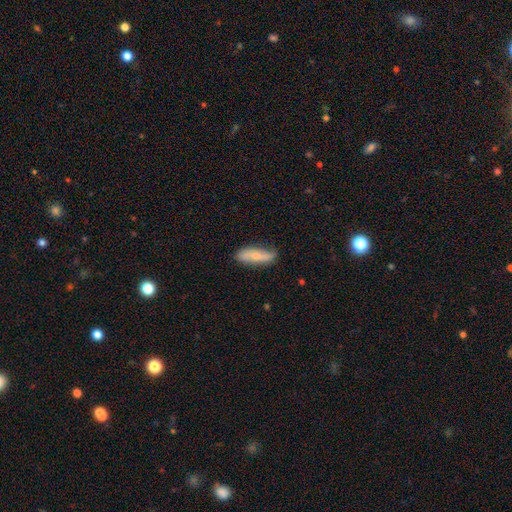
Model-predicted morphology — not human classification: smooth-or-featured: smooth: 53% | featured or disk: 40% | star or artifact: 6%
  how-rounded: in between: 49% | cigar-shaped: 48% | round: 3%
  merging: none: 72% | minor disturbance: 22% | major disturbance: 4% | merger: 2%